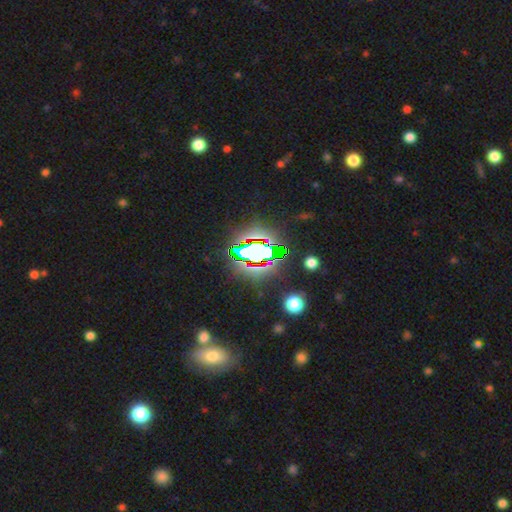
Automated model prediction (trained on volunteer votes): Smooth or featured: star or artifact — 75% (smooth — 15%)